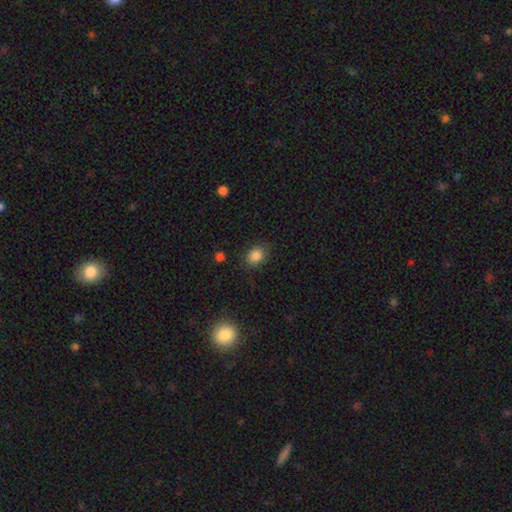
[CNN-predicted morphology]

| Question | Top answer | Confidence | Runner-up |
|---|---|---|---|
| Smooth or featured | smooth | 85% | star or artifact (11%) |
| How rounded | round | 50% | in between (49%) |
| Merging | none | 81% | minor disturbance (14%) |